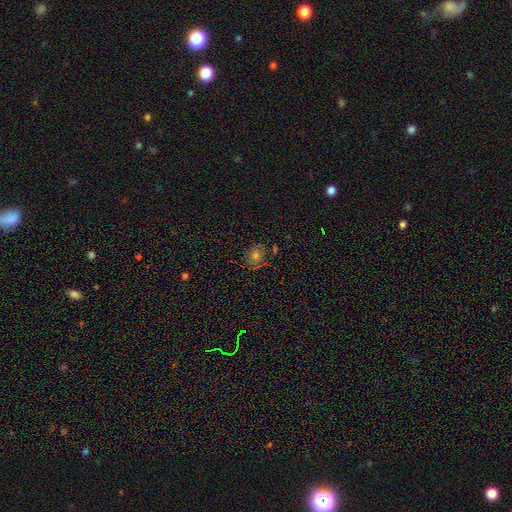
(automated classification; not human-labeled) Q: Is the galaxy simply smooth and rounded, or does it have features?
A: smooth — 51%.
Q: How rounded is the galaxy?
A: round — 70%.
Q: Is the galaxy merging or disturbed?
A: none — 78%.